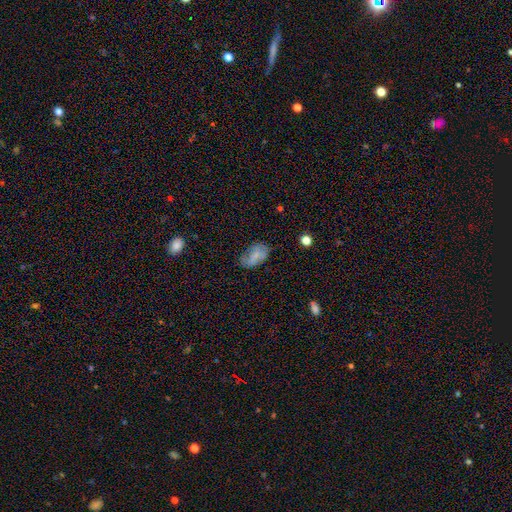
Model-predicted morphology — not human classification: Overall: smooth (67%). How rounded: in between (92%). Merging: none (58%; minor disturbance 29%).